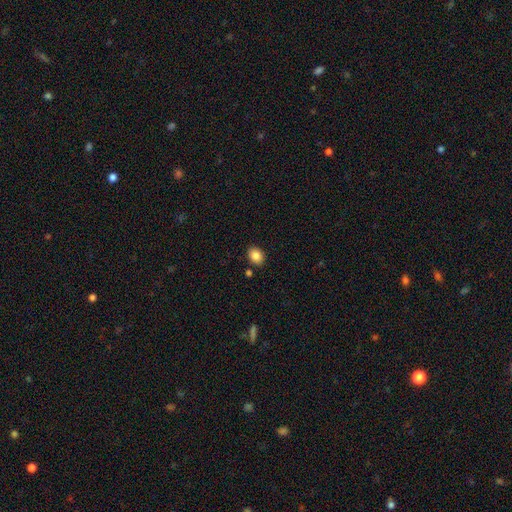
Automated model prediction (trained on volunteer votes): Q: Smooth or featured?
A: smooth (86%); runner-up: star or artifact (9%)
Q: How rounded?
A: in between (60%); runner-up: round (39%)
Q: Merging?
A: none (87%); runner-up: minor disturbance (8%)